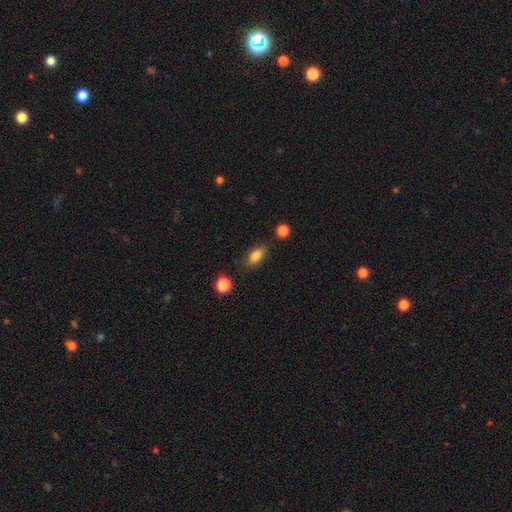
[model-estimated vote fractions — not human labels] Overall: smooth (83%). How rounded: in between (85%). Merging: none (82%).